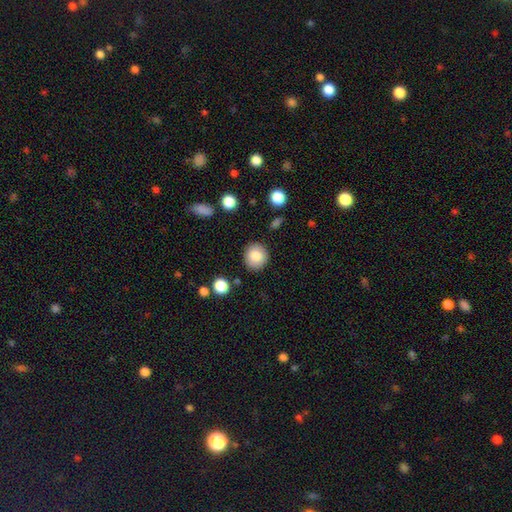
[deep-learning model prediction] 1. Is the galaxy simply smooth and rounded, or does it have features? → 81% smooth, 10% featured or disk, 9% star or artifact.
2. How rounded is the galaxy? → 86% round, 13% in between, 1% cigar-shaped.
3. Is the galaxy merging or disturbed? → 87% none, 9% minor disturbance, 3% major disturbance, 2% merger.